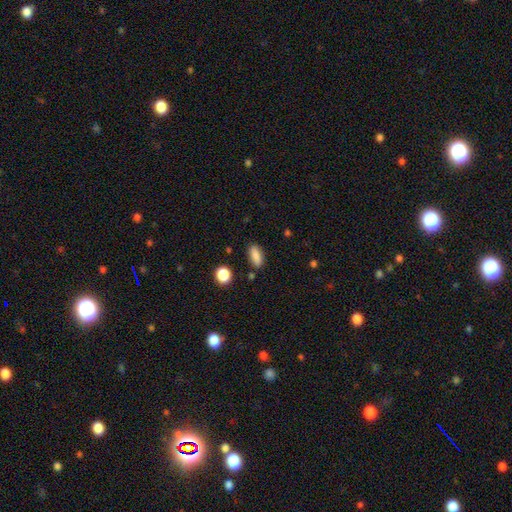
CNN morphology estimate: Smooth or featured? smooth (85%)
How rounded? in between (70%)
Merging? none (84%)